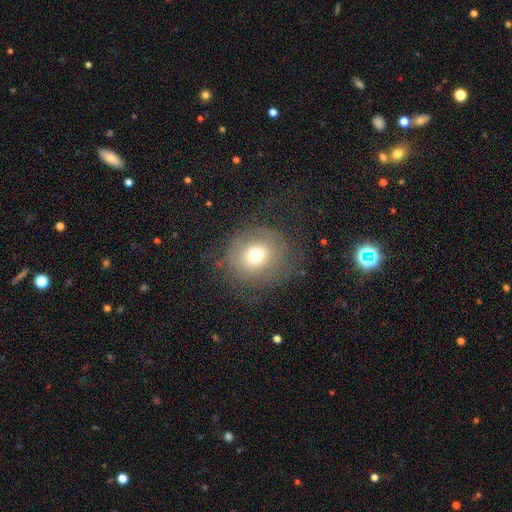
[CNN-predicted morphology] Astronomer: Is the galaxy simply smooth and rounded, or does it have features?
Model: smooth — 65%.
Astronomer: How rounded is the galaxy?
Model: round — 82%.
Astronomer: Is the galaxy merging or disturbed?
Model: none — 71%.